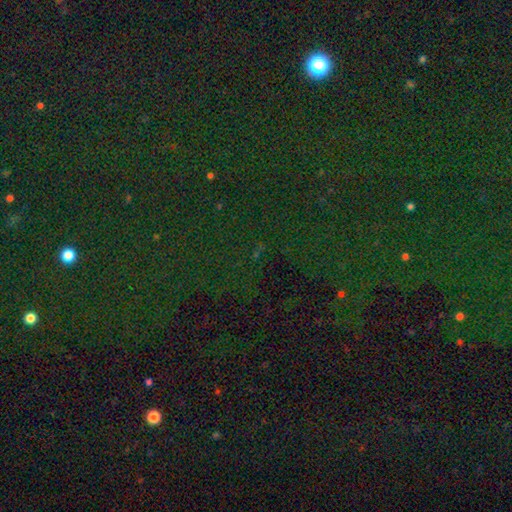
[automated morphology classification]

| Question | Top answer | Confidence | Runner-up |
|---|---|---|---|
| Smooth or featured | star or artifact | 81% | smooth (11%) |